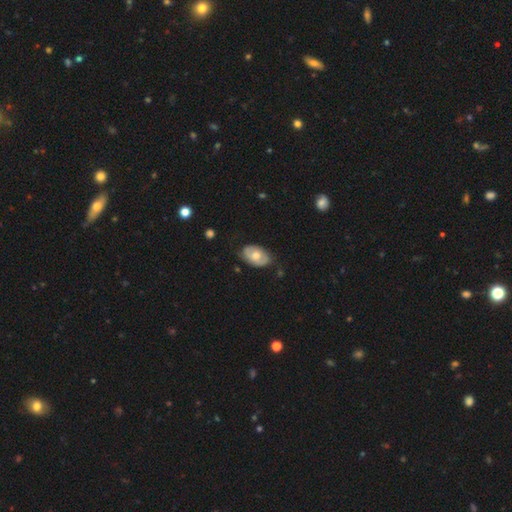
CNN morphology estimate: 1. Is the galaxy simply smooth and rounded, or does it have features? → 48% smooth, 46% featured or disk, 6% star or artifact.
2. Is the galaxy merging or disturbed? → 72% none, 22% minor disturbance, 5% major disturbance, 1% merger.